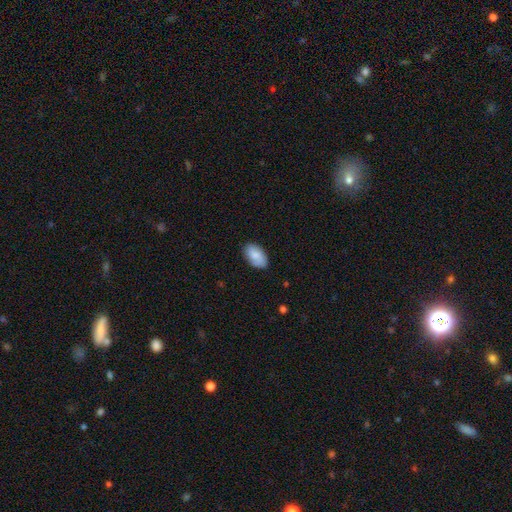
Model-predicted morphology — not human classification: The model was most divided on "merging": none: 82%, minor disturbance: 15%, major disturbance: 2%, merger: 1%. More confident: how rounded — in between (94%); smooth or featured — smooth (82%).